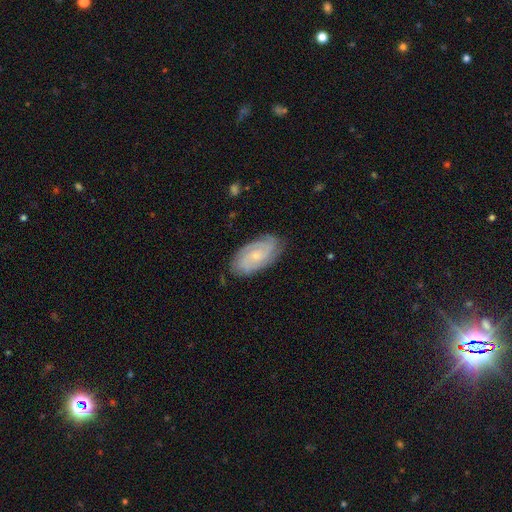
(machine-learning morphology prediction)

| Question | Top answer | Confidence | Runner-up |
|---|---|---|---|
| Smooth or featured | featured or disk | 73% | smooth (21%) |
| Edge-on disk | no | 95% | yes (5%) |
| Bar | no | 68% | weak (28%) |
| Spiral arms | yes | 95% | no (5%) |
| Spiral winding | tight | 59% | medium (32%) |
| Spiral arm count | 2 | 34% | can't tell (27%) |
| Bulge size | small | 69% | moderate (25%) |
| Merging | none | 81% | minor disturbance (15%) |